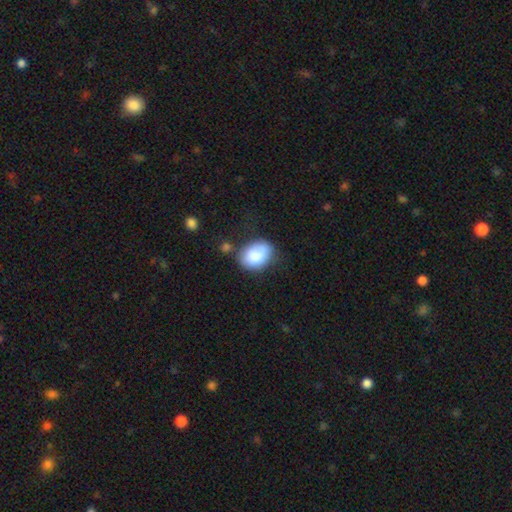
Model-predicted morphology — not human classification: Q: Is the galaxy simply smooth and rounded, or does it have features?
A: smooth — 84%.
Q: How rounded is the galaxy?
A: in between — 70%.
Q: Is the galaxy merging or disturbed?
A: none — 59%.